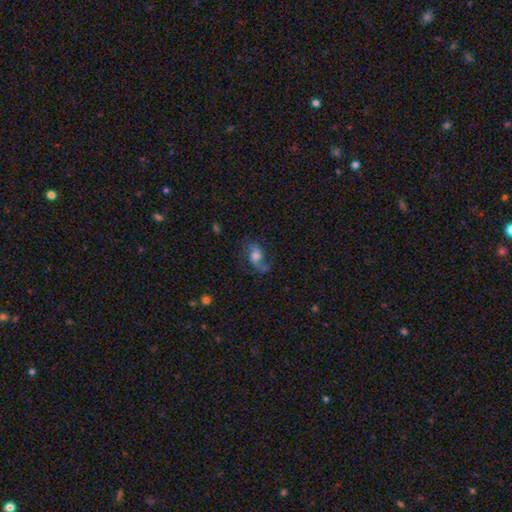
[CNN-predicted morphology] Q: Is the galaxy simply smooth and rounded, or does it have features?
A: featured or disk — 61%.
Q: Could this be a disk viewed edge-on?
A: no — 95%.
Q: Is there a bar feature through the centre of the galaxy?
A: no — 58%.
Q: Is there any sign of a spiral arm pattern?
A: yes — 88%.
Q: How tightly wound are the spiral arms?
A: loose — 64%.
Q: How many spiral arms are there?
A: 2 — 83%.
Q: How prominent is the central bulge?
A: moderate — 48%.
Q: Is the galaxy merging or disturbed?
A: none — 58%.